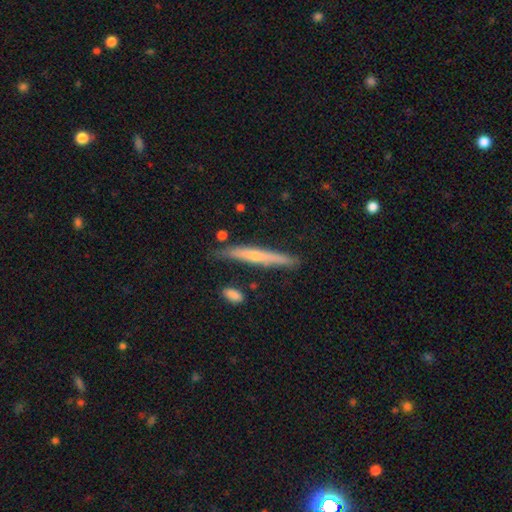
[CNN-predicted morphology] A featured or disk galaxy (49%). Merging: none (78%).